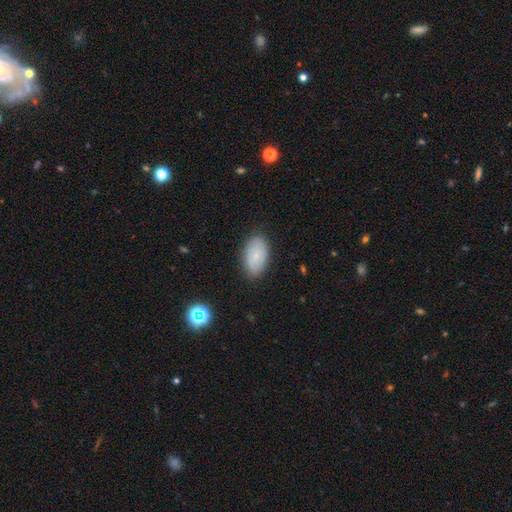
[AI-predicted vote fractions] Smooth or featured: smooth — 77% (featured or disk — 15%)
How rounded: in between — 94% (round — 5%)
Merging: none — 84% (minor disturbance — 12%)